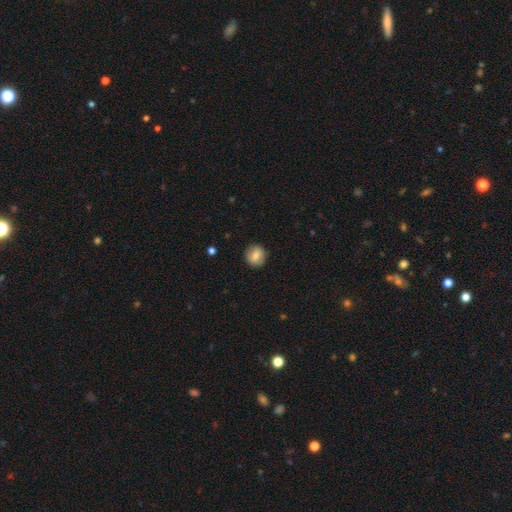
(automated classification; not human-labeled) Smooth or featured?
  - smooth: 78% *
  - featured or disk: 14%
  - star or artifact: 8%
How rounded?
  - round: 87% *
  - in between: 12%
  - cigar-shaped: 1%
Merging?
  - none: 89% *
  - minor disturbance: 8%
  - major disturbance: 2%
  - merger: 1%